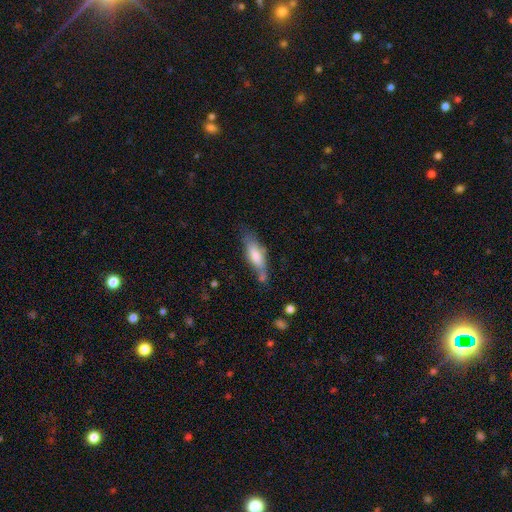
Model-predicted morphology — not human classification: A smooth galaxy with no disk features (71%) that is in between round and cigar-shaped (54%).

Vote fractions:
- Smooth or featured? smooth: 71% / featured or disk: 22% / star or artifact: 6%
- How rounded? in between: 54% / cigar-shaped: 44% / round: 2%
- Merging? none: 50% / minor disturbance: 28% / merger: 12% / major disturbance: 10%